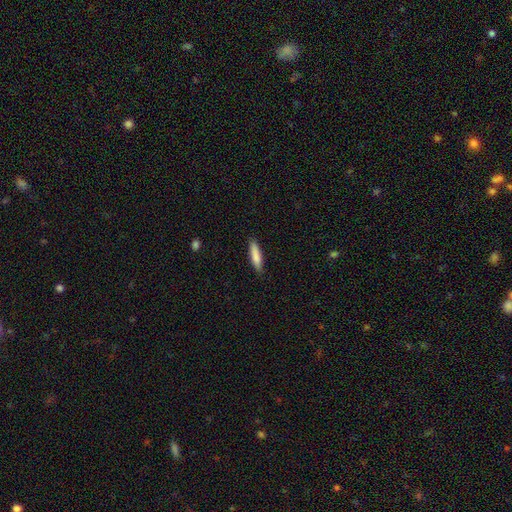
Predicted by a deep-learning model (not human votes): A smooth galaxy with no disk features (84%) that is cigar-shaped (76%). Merging: none (87%).